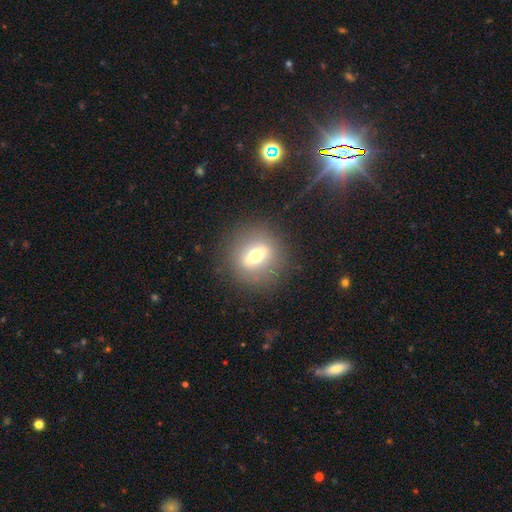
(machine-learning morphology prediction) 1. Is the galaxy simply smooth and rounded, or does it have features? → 45% smooth, 44% featured or disk, 11% star or artifact.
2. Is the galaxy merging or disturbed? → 86% none, 8% minor disturbance, 4% major disturbance, 1% merger.